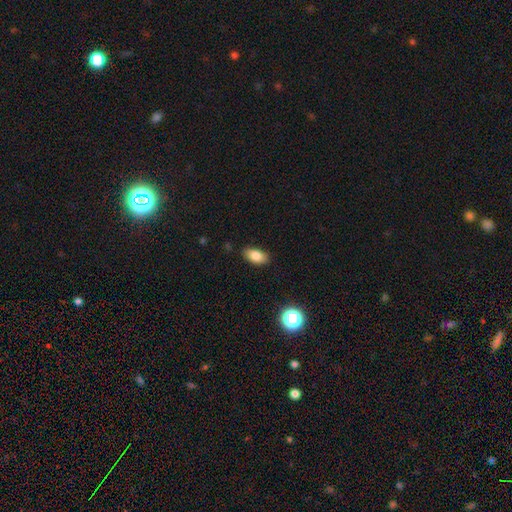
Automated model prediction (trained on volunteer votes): Q: Smooth or featured?
A: smooth (83%); runner-up: star or artifact (9%)
Q: How rounded?
A: in between (92%); runner-up: round (5%)
Q: Merging?
A: none (85%); runner-up: minor disturbance (11%)